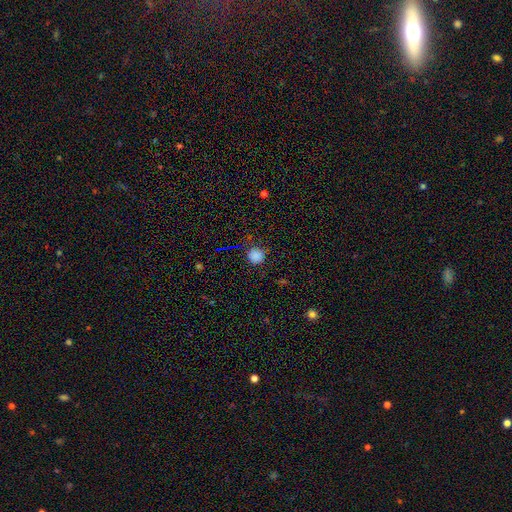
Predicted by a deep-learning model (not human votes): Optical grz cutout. It shows a smooth galaxy with no disk features (81%) that is round (93%). Merging: none (85%).